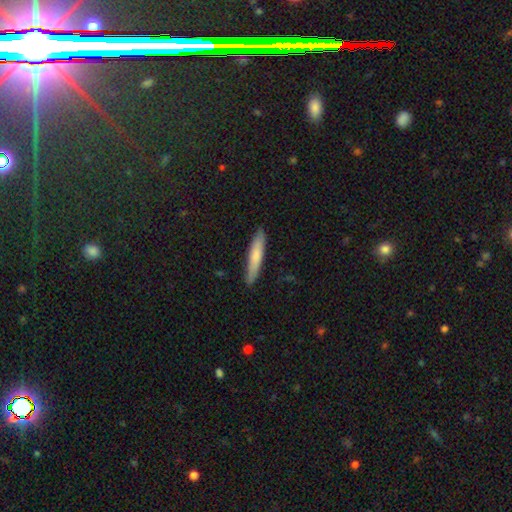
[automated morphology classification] This appears to be a smooth galaxy with no disk features (73%) that is cigar-shaped (90%). Merging: none (88%).